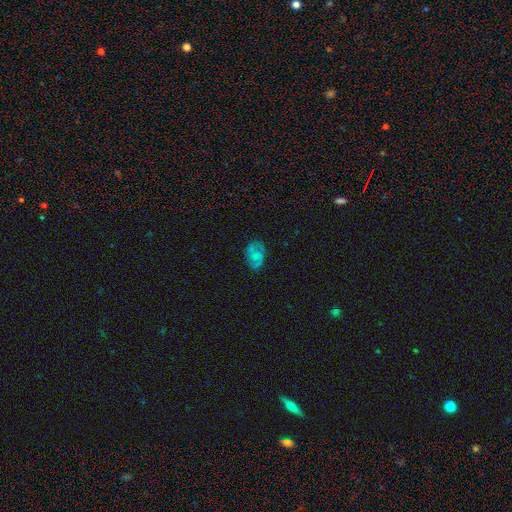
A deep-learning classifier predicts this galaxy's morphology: A featured or disk galaxy (47%).

Vote fractions:
- Smooth or featured? featured or disk: 47% / smooth: 43% / star or artifact: 10%
- Merging? none: 68% / minor disturbance: 21% / major disturbance: 9% / merger: 2%